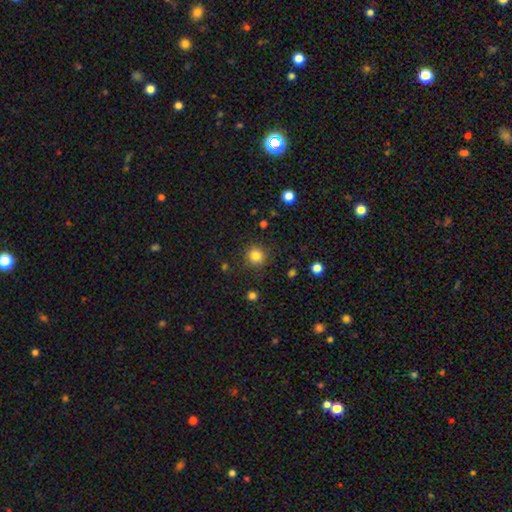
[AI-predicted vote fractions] This appears to be a smooth galaxy with no disk features (83%) that is round (93%). Merging: none (88%).